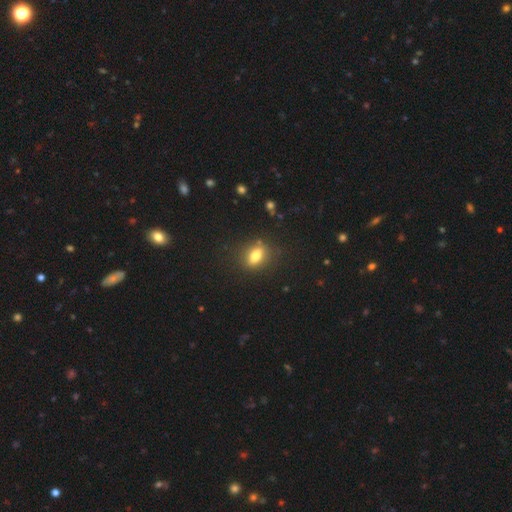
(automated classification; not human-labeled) smooth_or_featured: smooth (p=0.74) [alt: featured or disk p=0.15]
how_rounded: in between (p=0.76) [alt: round p=0.15]
merging: none (p=0.82) [alt: minor disturbance p=0.12]